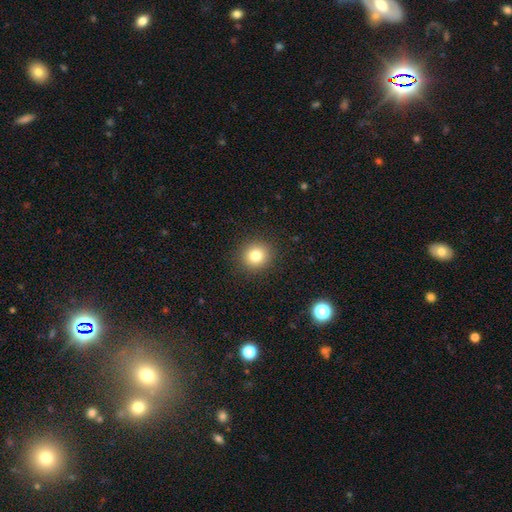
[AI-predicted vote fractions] Q: Smooth or featured?
A: smooth (80%); runner-up: star or artifact (12%)
Q: How rounded?
A: round (88%); runner-up: in between (11%)
Q: Merging?
A: none (90%); runner-up: minor disturbance (6%)